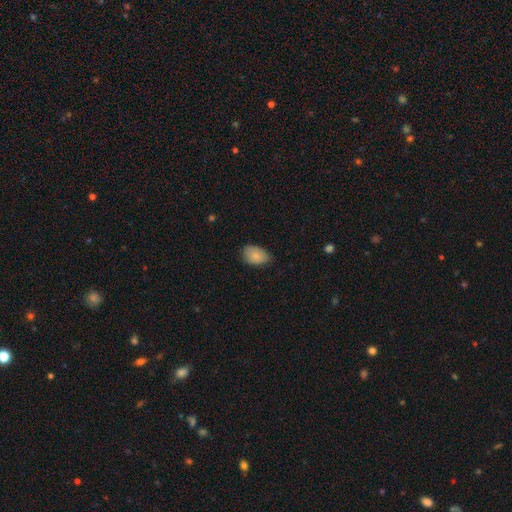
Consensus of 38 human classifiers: smooth-or-featured: smooth: 79% | featured or disk: 18% | star or artifact: 3%
  how-rounded: in between: 83% | round: 17% | cigar-shaped: 0%
  merging: none: 68% | minor disturbance: 22% | major disturbance: 11% | merger: 0%